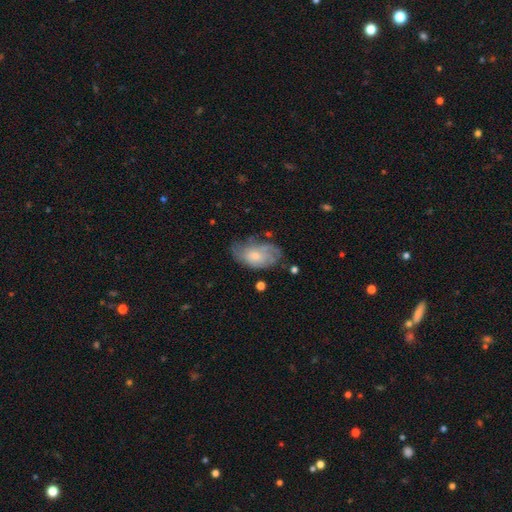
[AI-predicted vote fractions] smooth-or-featured: featured or disk: 57% | smooth: 35% | star or artifact: 7%
  disk-edge-on: no: 95% | yes: 5%
    bar: no: 78% | weak: 20% | strong: 2%
    has-spiral-arms: yes: 80% | no: 20%
    bulge-size: small: 50% | moderate: 39% | none: 6% | large: 4% | dominant: 1%
  merging: none: 57% | minor disturbance: 27% | major disturbance: 13% | merger: 2%